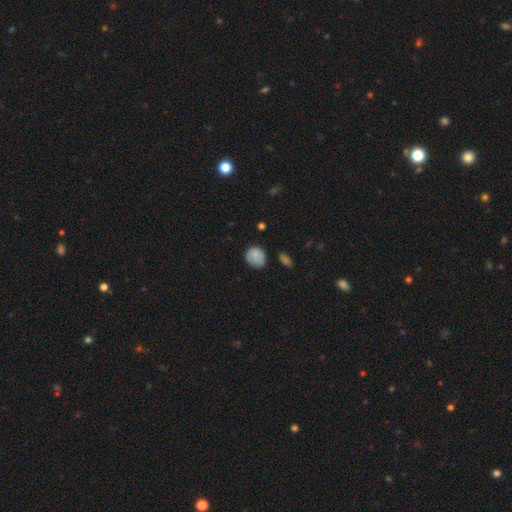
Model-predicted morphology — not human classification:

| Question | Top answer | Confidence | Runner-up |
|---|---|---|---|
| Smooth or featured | smooth | 84% | star or artifact (8%) |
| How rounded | round | 78% | in between (21%) |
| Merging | none | 70% | minor disturbance (23%) |